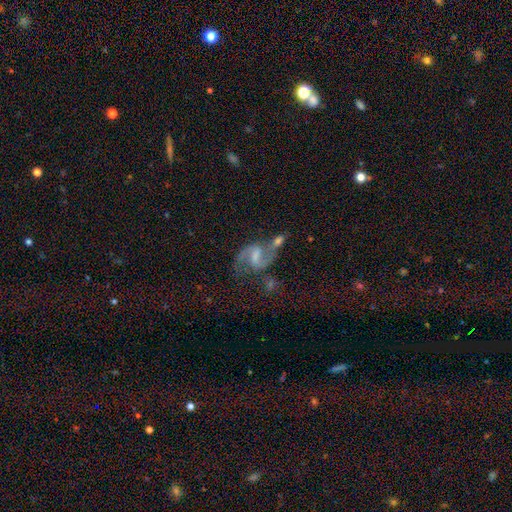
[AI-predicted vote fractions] smooth_or_featured: featured or disk (p=0.86) [alt: smooth p=0.07]
disk_edge_on: no (p=0.97) [alt: yes p=0.03]
bar: weak (p=0.52) [alt: strong p=0.32]
has_spiral_arms: yes (p=0.95) [alt: no p=0.05]
spiral_winding: loose (p=0.48) [alt: medium p=0.43]
spiral_arm_count: 2 (p=0.91) [alt: 1 p=0.03]
bulge_size: none (p=0.36) [alt: small p=0.33]
merging: none (p=0.49) [alt: merger p=0.24]